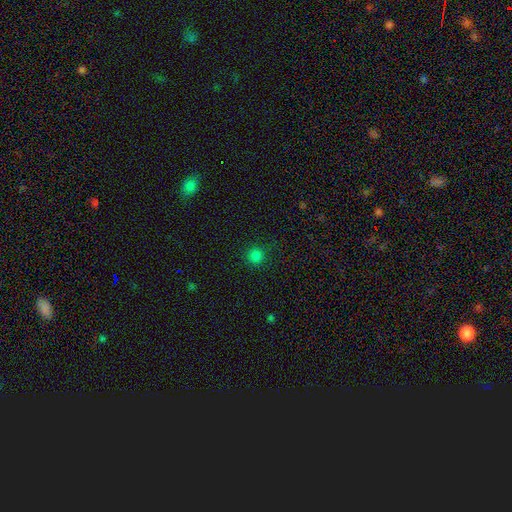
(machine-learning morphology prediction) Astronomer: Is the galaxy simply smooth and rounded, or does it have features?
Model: smooth — 81%.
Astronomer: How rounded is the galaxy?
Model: round — 94%.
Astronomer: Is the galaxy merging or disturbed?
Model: none — 90%.